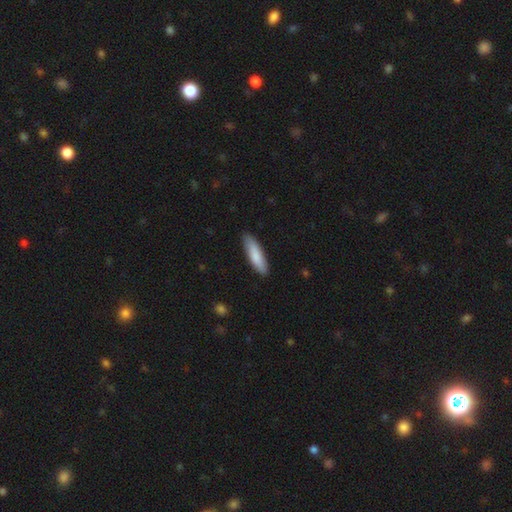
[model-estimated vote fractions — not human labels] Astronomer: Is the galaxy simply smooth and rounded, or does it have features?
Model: smooth — 84%.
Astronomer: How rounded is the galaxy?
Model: cigar-shaped — 65%.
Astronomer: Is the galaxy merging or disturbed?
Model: none — 85%.